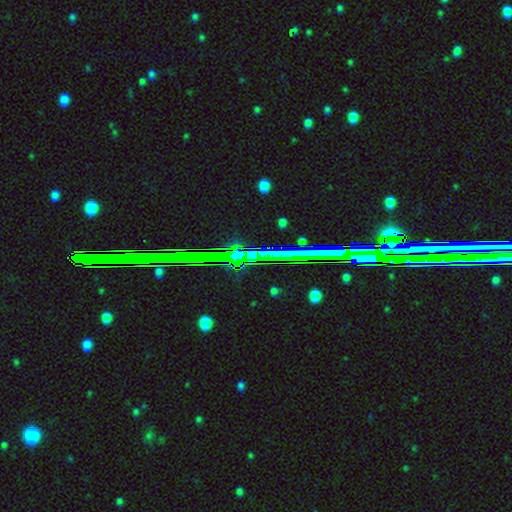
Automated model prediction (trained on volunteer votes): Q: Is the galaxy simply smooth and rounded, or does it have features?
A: star or artifact — 70%.